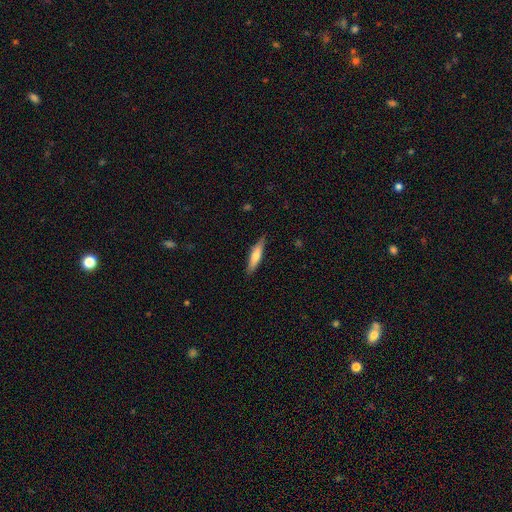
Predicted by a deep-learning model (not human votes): smooth-or-featured: smooth: 63% | featured or disk: 31% | star or artifact: 6%
  how-rounded: cigar-shaped: 80% | in between: 18% | round: 2%
  merging: none: 86% | minor disturbance: 11% | major disturbance: 2% | merger: 1%